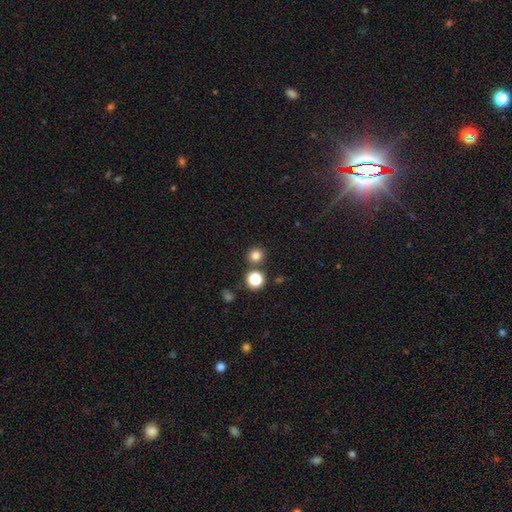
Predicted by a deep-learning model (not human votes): A smooth galaxy with no disk features (80%) that is round (92%).

Vote fractions:
- Smooth or featured? smooth: 80% / star or artifact: 15% / featured or disk: 5%
- How rounded? round: 92% / in between: 7% / cigar-shaped: 1%
- Merging? none: 83% / merger: 8% / minor disturbance: 6% / major disturbance: 2%